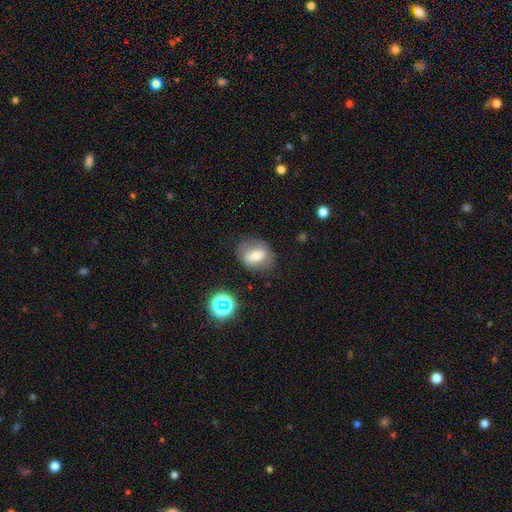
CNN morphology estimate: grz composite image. It shows a smooth galaxy with no disk features (61%) that is in between round and cigar-shaped (56%). Merging: none (69%).